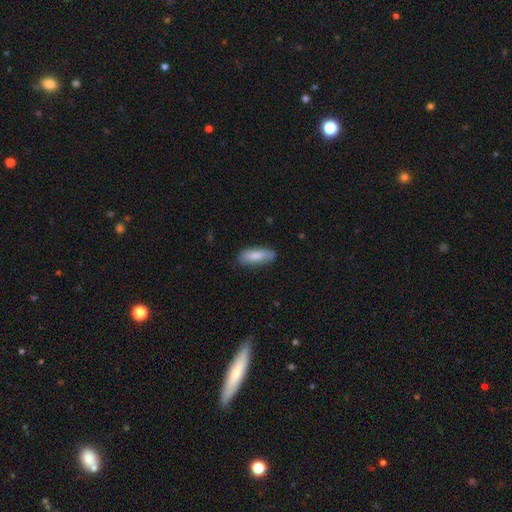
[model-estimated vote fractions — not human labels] Smooth or featured?
  - smooth: 81% *
  - featured or disk: 13%
  - star or artifact: 6%
How rounded?
  - in between: 63% *
  - cigar-shaped: 36%
  - round: 2%
Merging?
  - none: 76% *
  - minor disturbance: 19%
  - major disturbance: 4%
  - merger: 2%